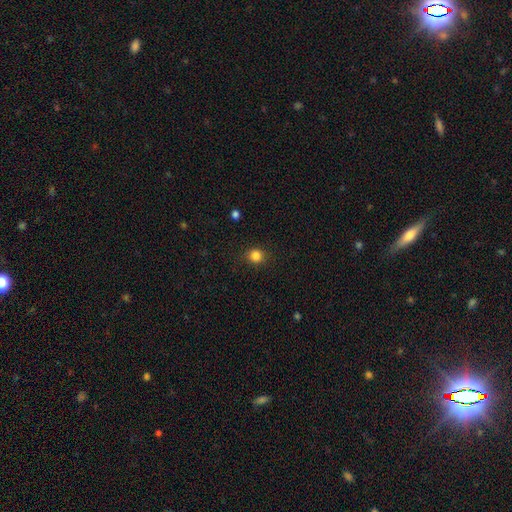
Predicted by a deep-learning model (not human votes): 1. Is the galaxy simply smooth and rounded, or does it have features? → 83% smooth, 12% star or artifact, 4% featured or disk.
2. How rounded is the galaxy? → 85% round, 14% in between, 1% cigar-shaped.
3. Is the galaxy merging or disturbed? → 88% none, 9% minor disturbance, 3% major disturbance, 1% merger.